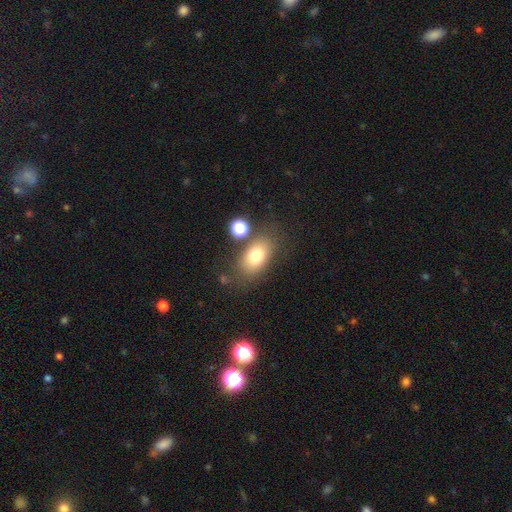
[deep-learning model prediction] This is likely a smooth galaxy (77%). How rounded: clearly in between (86%). Merging: likely none (70%).